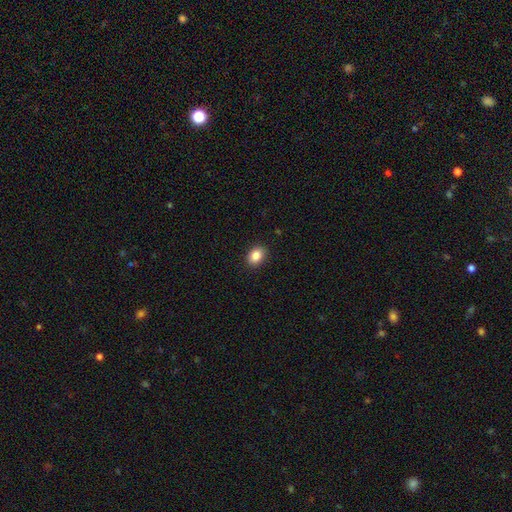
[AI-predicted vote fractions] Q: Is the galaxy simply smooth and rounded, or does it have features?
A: smooth — 86%.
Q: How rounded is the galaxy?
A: in between — 70%.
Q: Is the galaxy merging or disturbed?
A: none — 90%.